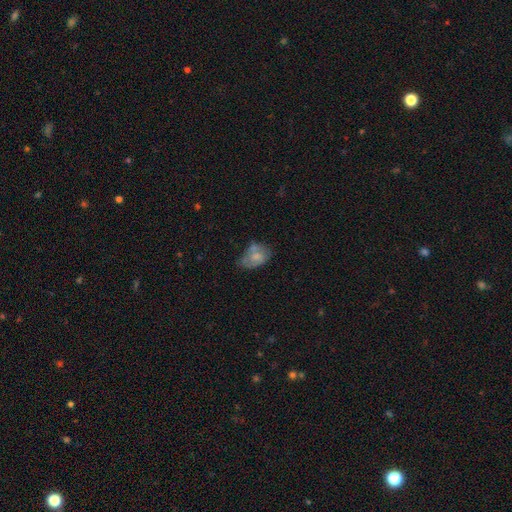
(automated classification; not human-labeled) Smooth or featured? Predicted: smooth (p=0.61). How rounded? Predicted: in between (p=0.84). Merging? Predicted: none (p=0.38).